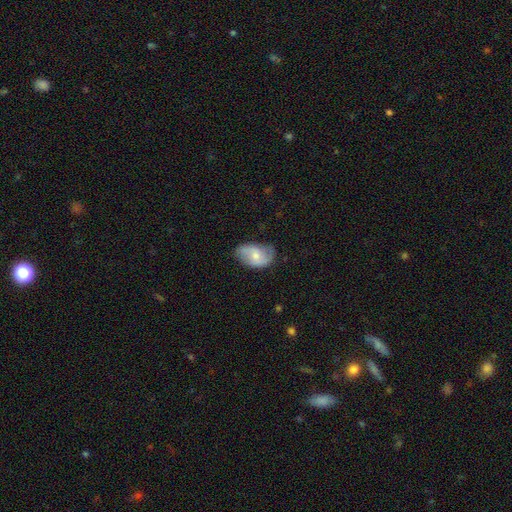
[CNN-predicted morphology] Smooth or featured: featured or disk — 51% (smooth — 42%)
Edge-on disk: no — 96% (yes — 4%)
Merging: none — 64% (minor disturbance — 27%)